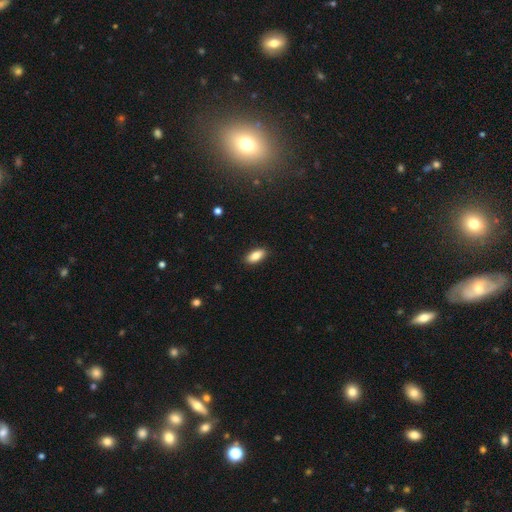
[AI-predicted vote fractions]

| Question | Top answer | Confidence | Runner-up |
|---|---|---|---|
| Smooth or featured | smooth | 85% | featured or disk (8%) |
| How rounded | in between | 87% | cigar-shaped (10%) |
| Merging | none | 89% | minor disturbance (8%) |